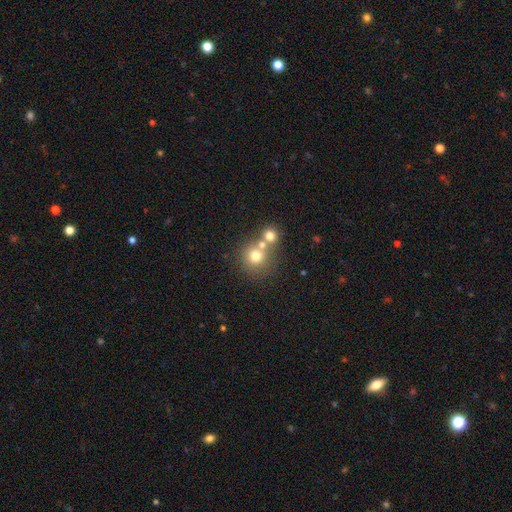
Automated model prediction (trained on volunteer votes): Smooth or featured? smooth (71%)
How rounded? round (88%)
Merging? none (48%)